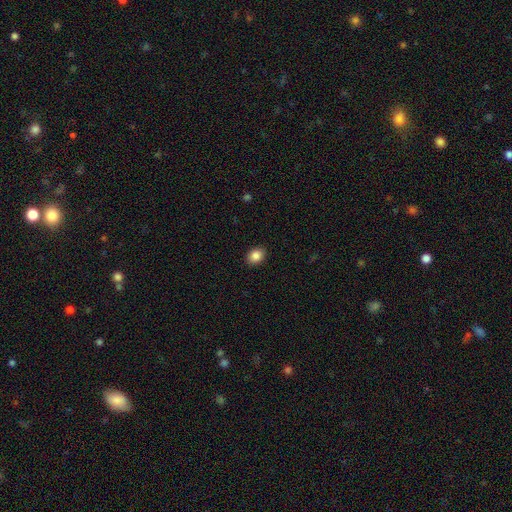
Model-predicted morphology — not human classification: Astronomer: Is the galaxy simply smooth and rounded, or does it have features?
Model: smooth — 86%.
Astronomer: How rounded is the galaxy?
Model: in between — 60% (runner-up: round, 39%).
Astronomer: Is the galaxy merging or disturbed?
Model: none — 90%.